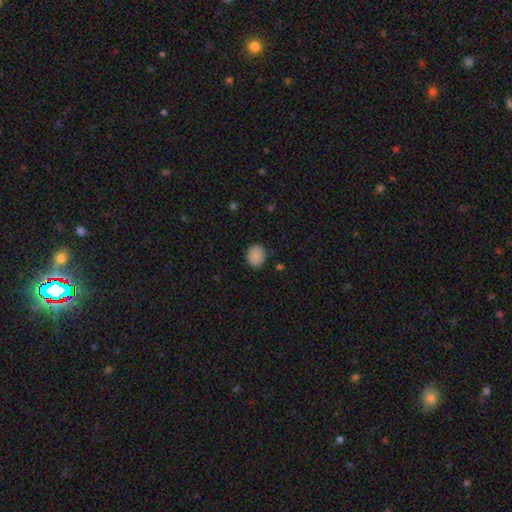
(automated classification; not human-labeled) Smooth or featured?
  - smooth: 88% *
  - star or artifact: 9%
  - featured or disk: 3%
How rounded?
  - round: 60% *
  - in between: 39%
  - cigar-shaped: 1%
Merging?
  - none: 86% *
  - minor disturbance: 10%
  - major disturbance: 2%
  - merger: 1%